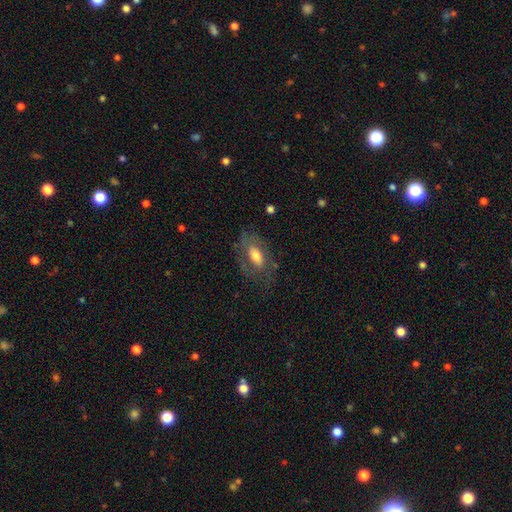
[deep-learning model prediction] The model was most divided on "smooth or featured": smooth: 51%, featured or disk: 41%, star or artifact: 7%. More confident: how rounded — in between (87%); merging — none (60%).